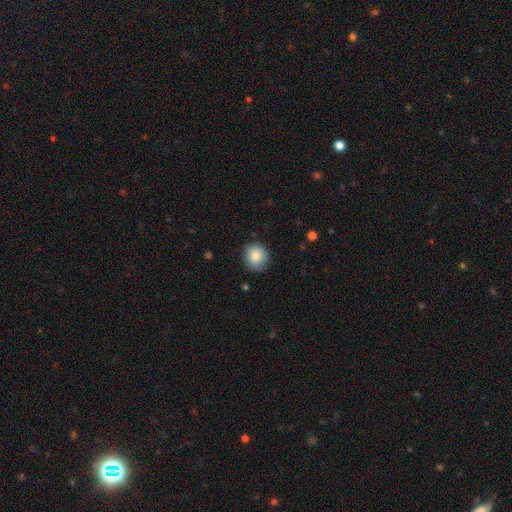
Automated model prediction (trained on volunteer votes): Overall: smooth (82%). How rounded: round (88%). Merging: none (83%).